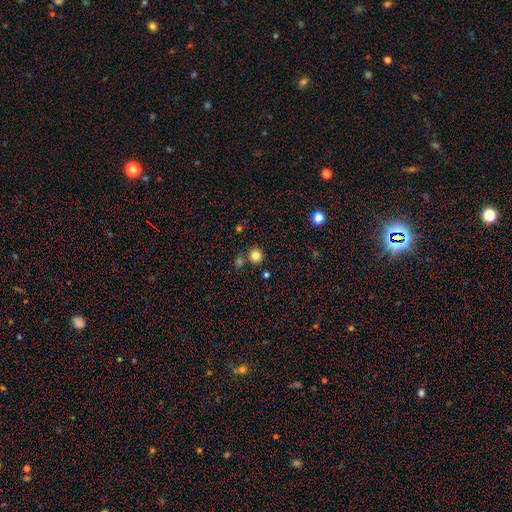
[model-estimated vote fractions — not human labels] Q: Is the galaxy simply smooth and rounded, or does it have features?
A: smooth — 81%.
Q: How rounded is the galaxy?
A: round — 90%.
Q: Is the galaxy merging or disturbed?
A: none — 79%.